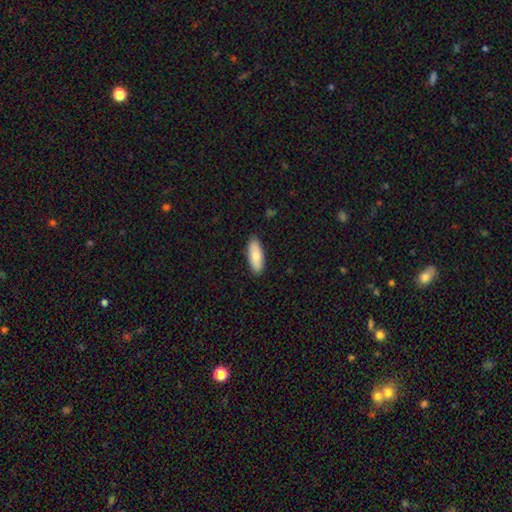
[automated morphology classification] This appears to be a smooth galaxy with no disk features (77%) that is in between round and cigar-shaped (74%). Merging: none (88%).